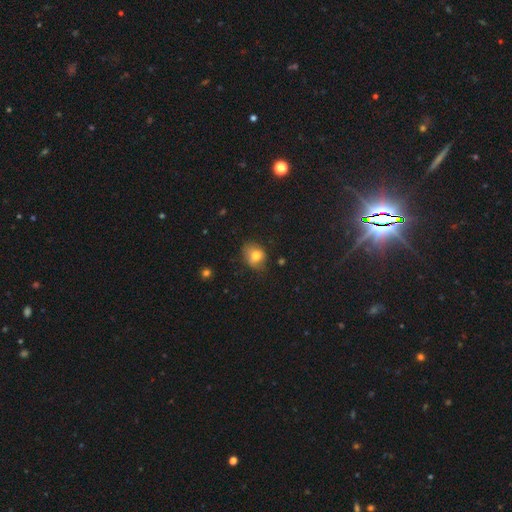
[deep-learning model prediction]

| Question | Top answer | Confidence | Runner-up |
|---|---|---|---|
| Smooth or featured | smooth | 75% | featured or disk (15%) |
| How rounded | in between | 56% | round (43%) |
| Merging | none | 58% | minor disturbance (30%) |